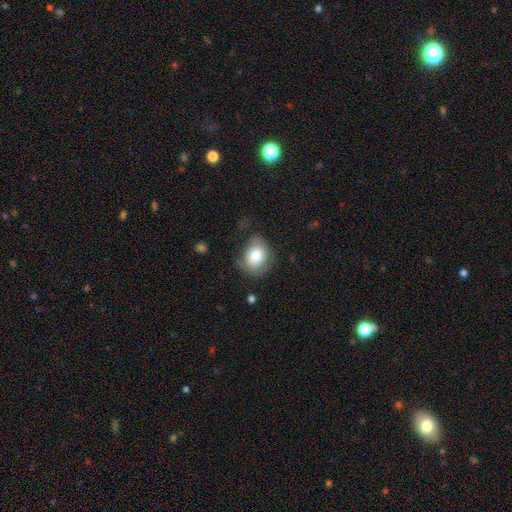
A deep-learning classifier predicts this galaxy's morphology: smooth 74%, featured or disk 19%, star or artifact 8%. Down the decision tree: how rounded — in between (50%); merging — none (58%).